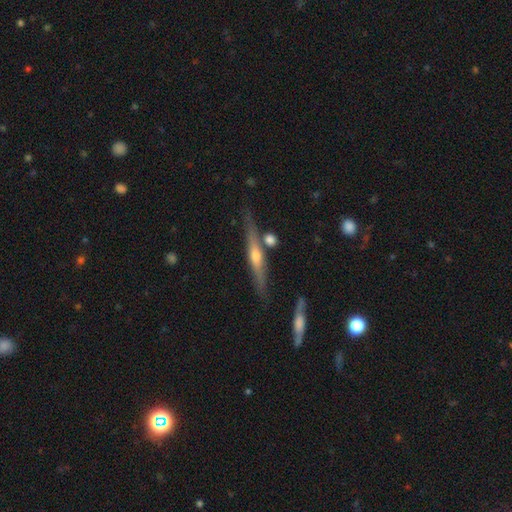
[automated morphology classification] Q: Smooth or featured?
A: featured or disk (68%); runner-up: smooth (26%)
Q: Edge-on disk?
A: yes (96%); runner-up: no (4%)
Q: Edge-on bulge?
A: rounded (82%); runner-up: none (11%)
Q: Merging?
A: none (78%); runner-up: minor disturbance (11%)